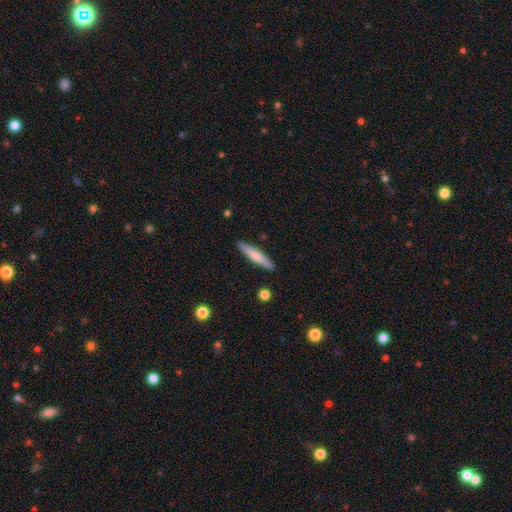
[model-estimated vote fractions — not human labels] Q: Smooth or featured?
A: smooth (67%); runner-up: featured or disk (27%)
Q: How rounded?
A: cigar-shaped (89%); runner-up: in between (10%)
Q: Merging?
A: none (88%); runner-up: minor disturbance (8%)